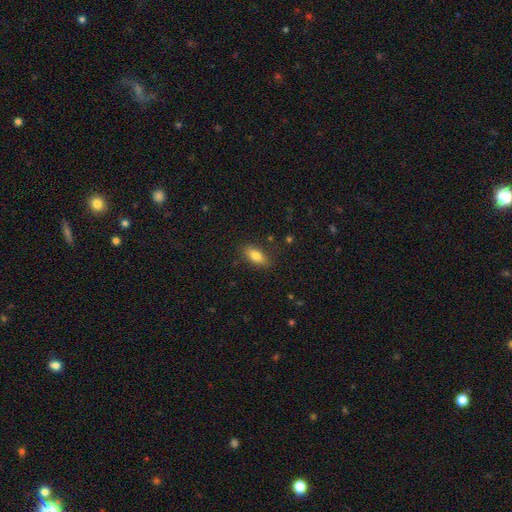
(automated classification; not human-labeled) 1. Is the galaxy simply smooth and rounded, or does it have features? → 81% smooth, 11% featured or disk, 8% star or artifact.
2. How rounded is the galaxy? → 85% in between, 11% cigar-shaped, 4% round.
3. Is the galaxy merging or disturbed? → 84% none, 11% minor disturbance, 3% major disturbance, 1% merger.